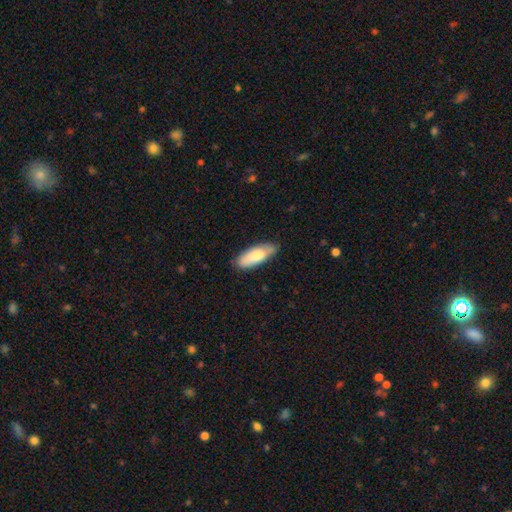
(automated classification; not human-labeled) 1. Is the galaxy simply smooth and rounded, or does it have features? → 77% smooth, 17% featured or disk, 5% star or artifact.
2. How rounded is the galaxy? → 71% in between, 28% cigar-shaped, 2% round.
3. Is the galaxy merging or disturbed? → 77% none, 19% minor disturbance, 3% major disturbance, 1% merger.